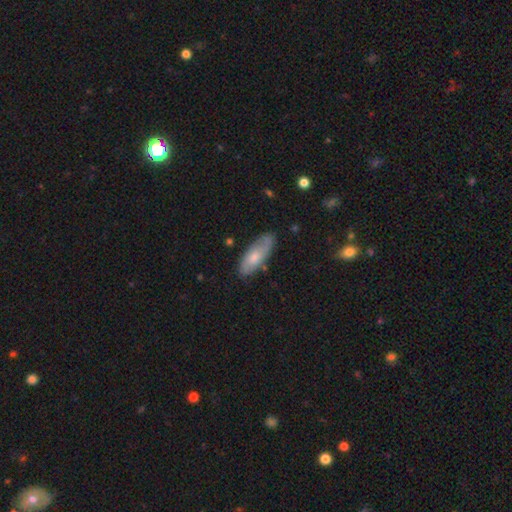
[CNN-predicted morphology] smooth-or-featured: smooth: 53% | featured or disk: 39% | star or artifact: 7%
  how-rounded: in between: 65% | cigar-shaped: 32% | round: 2%
  merging: none: 75% | minor disturbance: 19% | major disturbance: 4% | merger: 2%